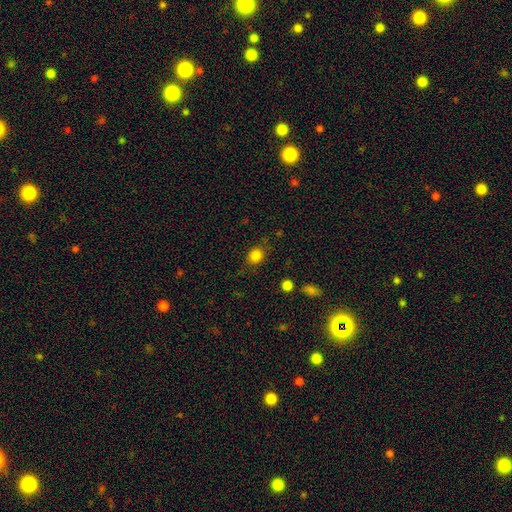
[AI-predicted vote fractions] This is clearly a smooth galaxy (83%). How rounded: likely round (72%). Merging: likely none (77%).